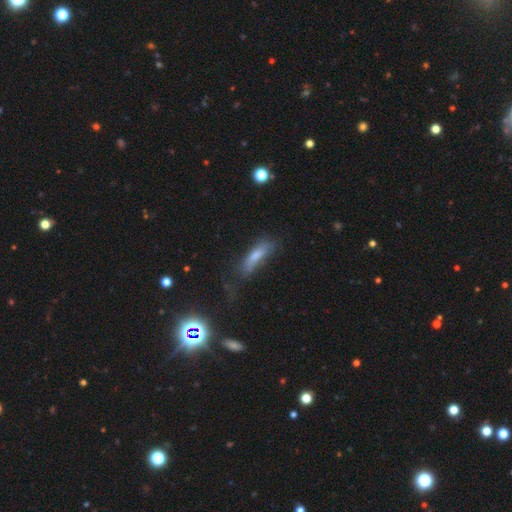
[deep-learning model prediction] smooth-or-featured: smooth: 68% | featured or disk: 21% | star or artifact: 11%
  how-rounded: cigar-shaped: 55% | in between: 42% | round: 3%
  merging: none: 40% | minor disturbance: 29% | major disturbance: 26% | merger: 5%